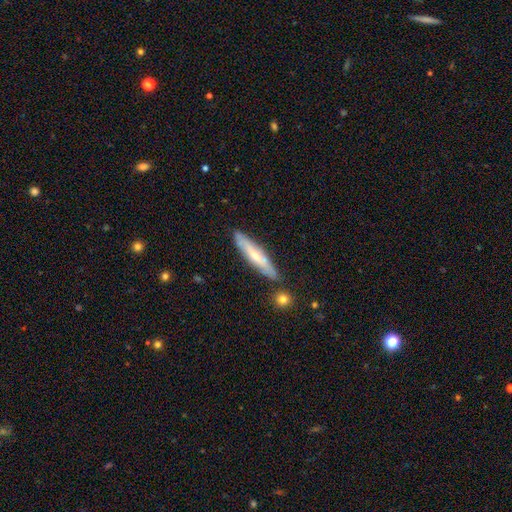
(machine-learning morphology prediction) This appears to be a featured or disk galaxy (48%). Merging: none (80%).